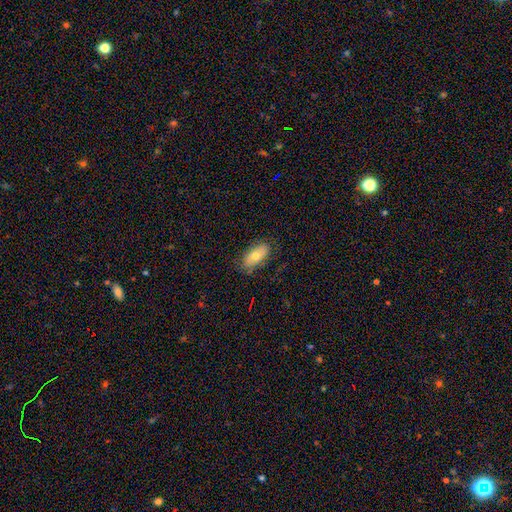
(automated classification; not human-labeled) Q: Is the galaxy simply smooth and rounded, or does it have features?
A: smooth — 66%.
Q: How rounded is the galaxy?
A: in between — 90%.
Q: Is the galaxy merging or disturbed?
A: none — 78%.